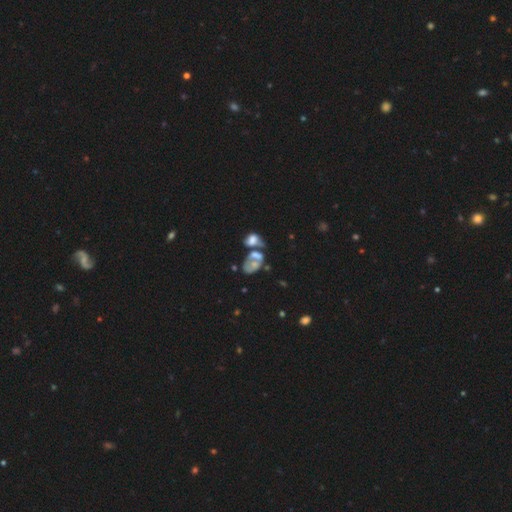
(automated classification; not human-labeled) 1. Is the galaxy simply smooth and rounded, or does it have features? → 48% smooth, 39% featured or disk, 13% star or artifact.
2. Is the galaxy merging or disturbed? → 58% merger, 17% none, 14% major disturbance, 11% minor disturbance.